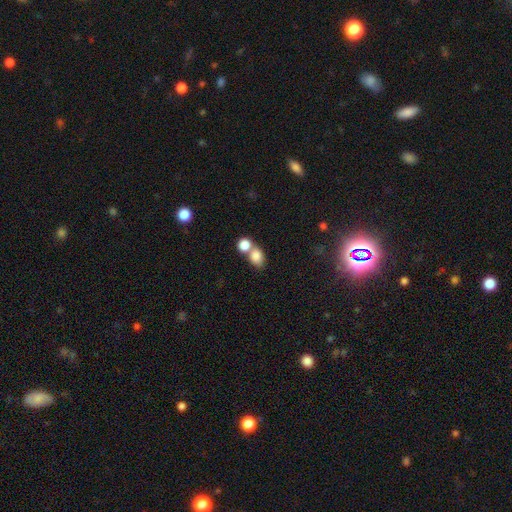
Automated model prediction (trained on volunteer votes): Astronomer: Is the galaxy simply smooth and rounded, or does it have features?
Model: smooth — 82%.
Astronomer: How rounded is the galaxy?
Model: in between — 60% (runner-up: round, 38%).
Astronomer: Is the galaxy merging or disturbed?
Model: merger — 52% (runner-up: none, 36%).